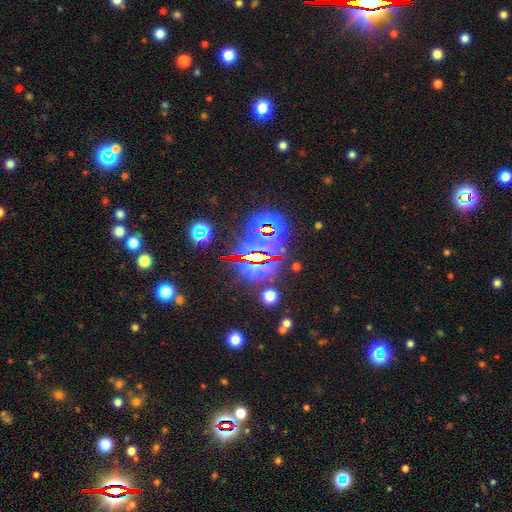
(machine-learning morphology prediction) A star or artifact, not a galaxy (80%).

Vote fractions:
- Smooth or featured? star or artifact: 80% / smooth: 12% / featured or disk: 9%